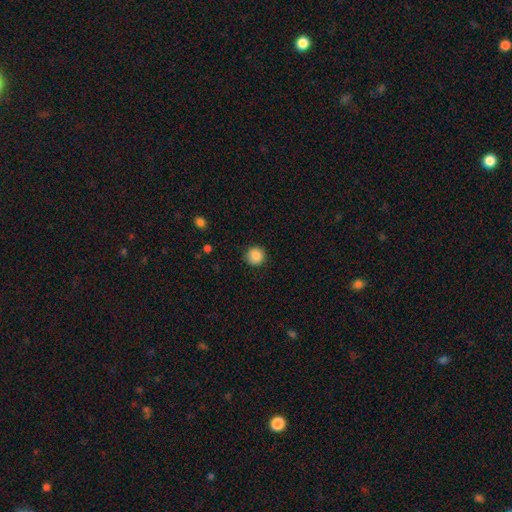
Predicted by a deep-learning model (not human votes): This appears to be a smooth galaxy with no disk features (87%) that is round (94%). Merging: none (90%).